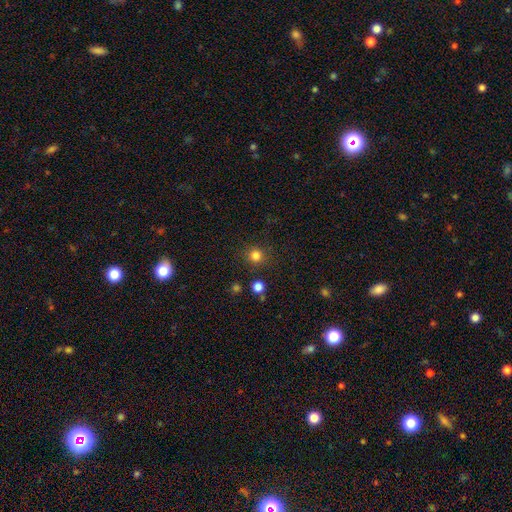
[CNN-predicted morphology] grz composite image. It shows a smooth galaxy with no disk features (82%) that is round (92%). Merging: none (88%).